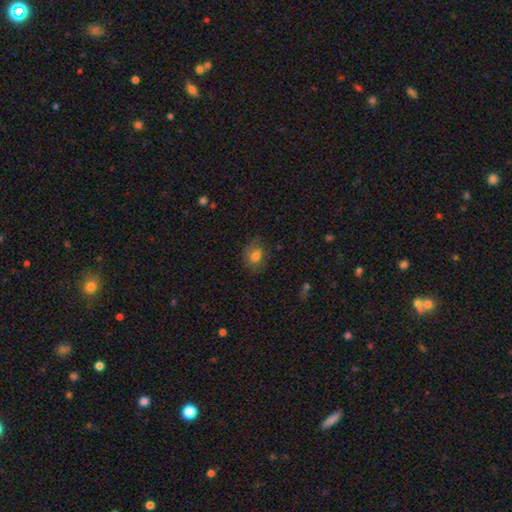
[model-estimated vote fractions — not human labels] Smooth or featured? Predicted: smooth (p=0.77). How rounded? Predicted: in between (p=0.58). Merging? Predicted: none (p=0.76).